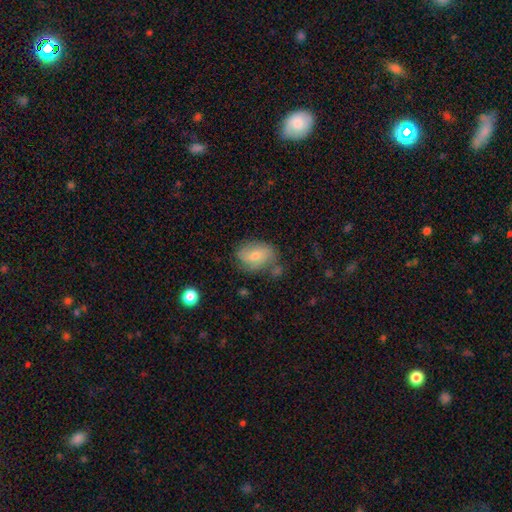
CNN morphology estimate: The model was most divided on "smooth or featured": smooth: 63%, featured or disk: 29%, star or artifact: 8%. More confident: how rounded — in between (73%); merging — none (61%).